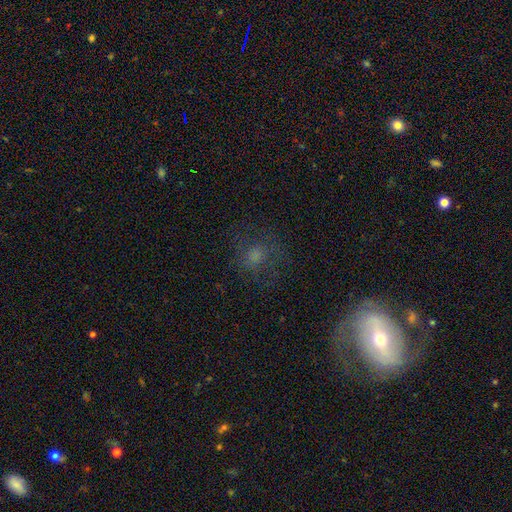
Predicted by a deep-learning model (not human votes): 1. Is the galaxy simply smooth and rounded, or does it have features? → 55% smooth, 23% featured or disk, 22% star or artifact.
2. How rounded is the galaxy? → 75% round, 24% in between, 1% cigar-shaped.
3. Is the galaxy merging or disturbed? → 67% none, 16% minor disturbance, 16% major disturbance, 2% merger.